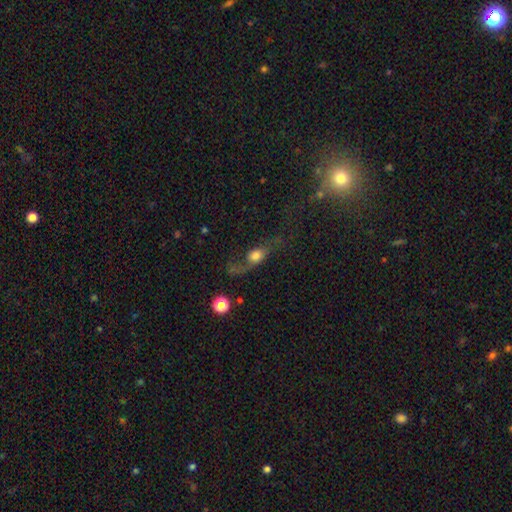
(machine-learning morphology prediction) Smooth or featured: smooth — 52% (featured or disk — 36%)
How rounded: in between — 48% (round — 39%)
Merging: major disturbance — 39% (none — 37%)